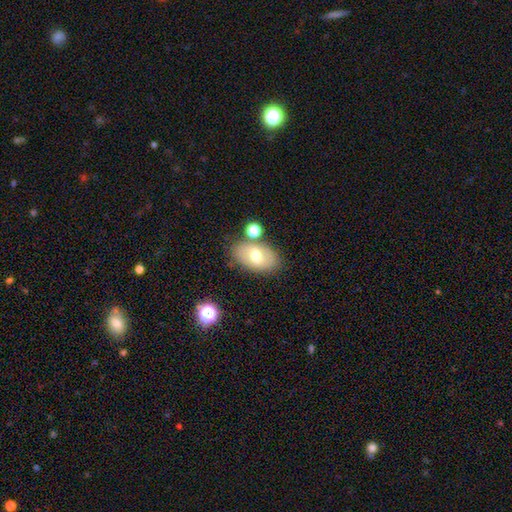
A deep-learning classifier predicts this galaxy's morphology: This is likely a smooth galaxy (63%). How rounded: clearly in between (90%). Merging: likely none (72%).